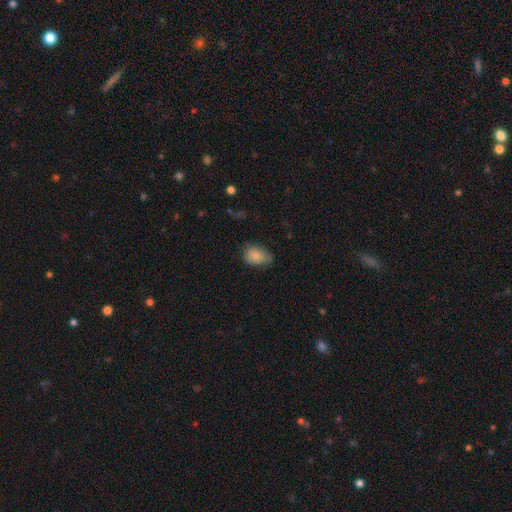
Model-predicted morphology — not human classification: Smooth or featured: smooth — 83% (featured or disk — 9%)
How rounded: in between — 77% (round — 22%)
Merging: none — 61% (minor disturbance — 31%)